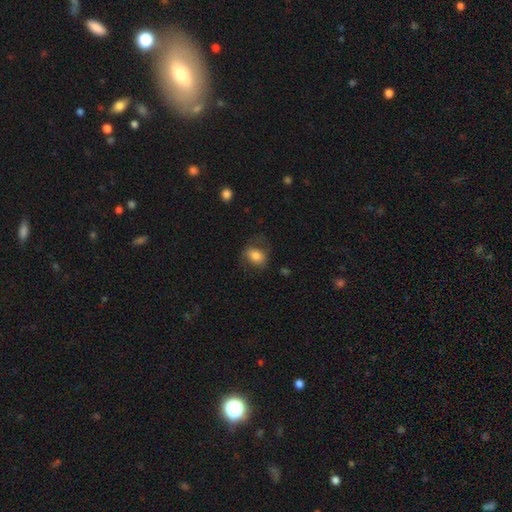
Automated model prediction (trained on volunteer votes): Smooth or featured? Predicted: smooth (p=0.76). How rounded? Predicted: in between (p=0.66). Merging? Predicted: none (p=0.63).